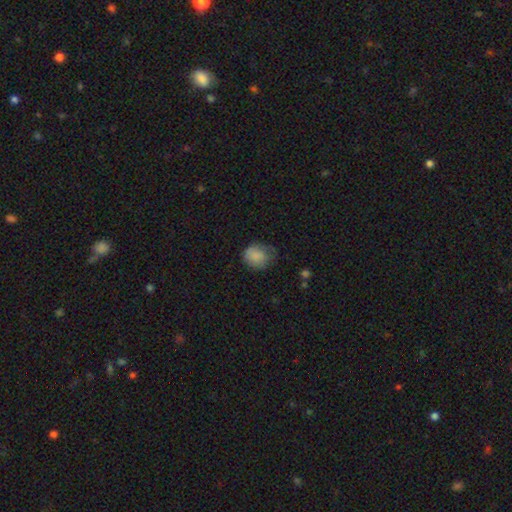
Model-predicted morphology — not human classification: This appears to be a smooth galaxy with no disk features (82%) that is round (63%). Merging: none (49%).